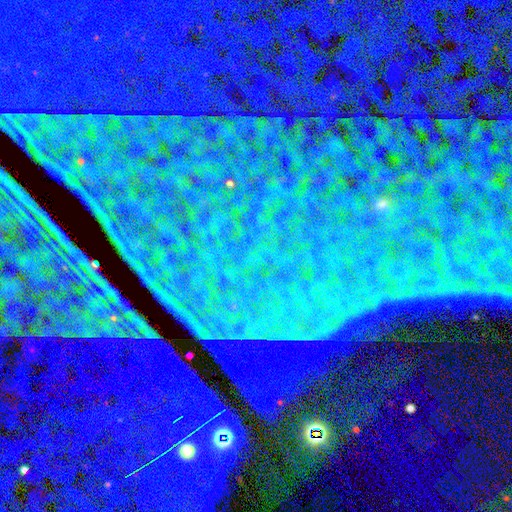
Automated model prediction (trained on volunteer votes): The model was most divided on "smooth or featured": star or artifact: 87%, featured or disk: 7%, smooth: 7%.